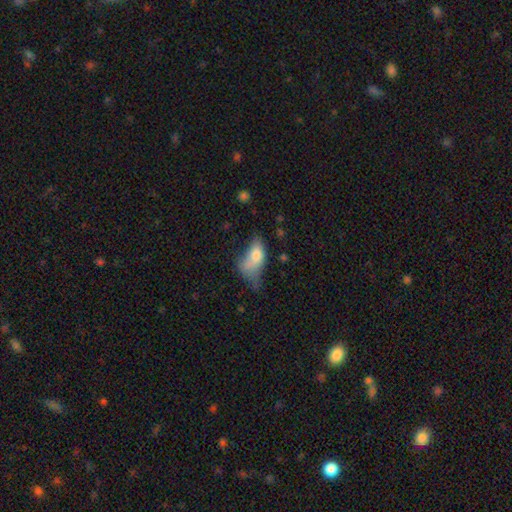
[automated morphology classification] The model was most divided on "merging": major disturbance: 38%, minor disturbance: 27%, none: 18%, merger: 17%. More confident: how rounded — in between (88%); smooth or featured — smooth (72%).